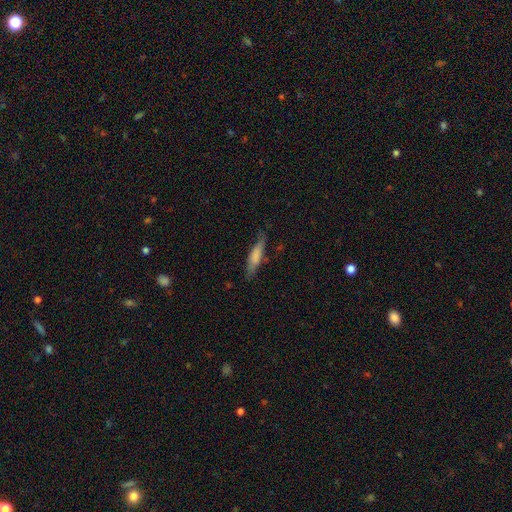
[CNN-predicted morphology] Smooth or featured? Predicted: smooth (p=0.70). How rounded? Predicted: cigar-shaped (p=0.72). Merging? Predicted: none (p=0.71).